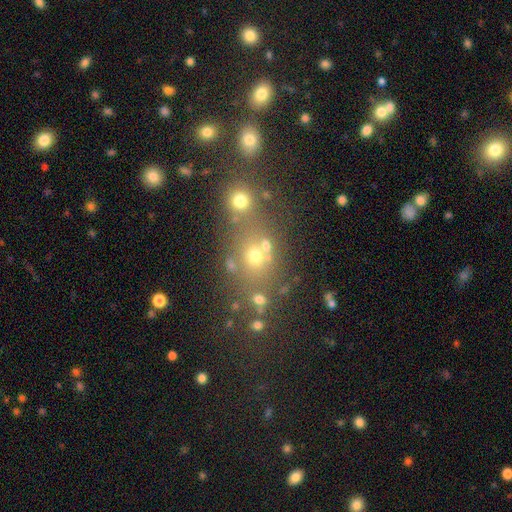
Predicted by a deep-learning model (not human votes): Morphology: type=smooth (49%); merging=none (55%).